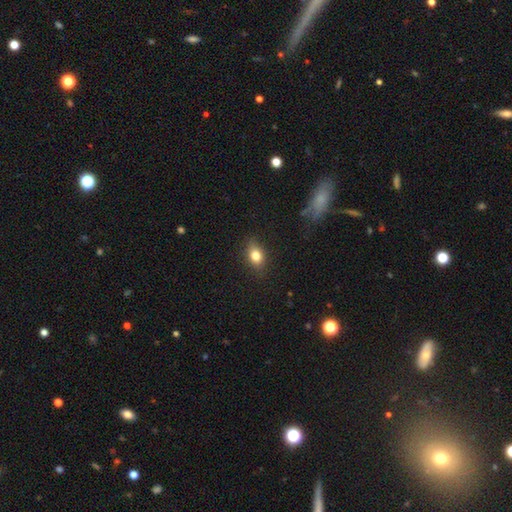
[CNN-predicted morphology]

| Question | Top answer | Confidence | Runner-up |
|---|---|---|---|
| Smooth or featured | smooth | 79% | featured or disk (11%) |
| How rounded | in between | 71% | round (26%) |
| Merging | none | 82% | minor disturbance (14%) |